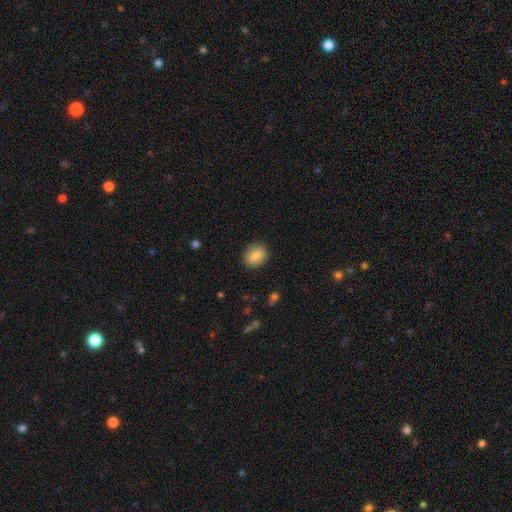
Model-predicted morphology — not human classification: The model was most divided on "how rounded": in between: 50%, round: 49%, cigar-shaped: 1%. More confident: merging — none (88%); smooth or featured — smooth (82%).